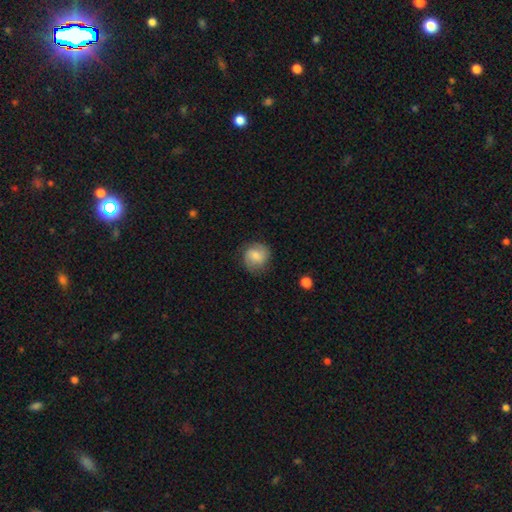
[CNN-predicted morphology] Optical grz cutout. It shows a smooth galaxy with no disk features (57%) that is round (83%). Merging: none (75%).